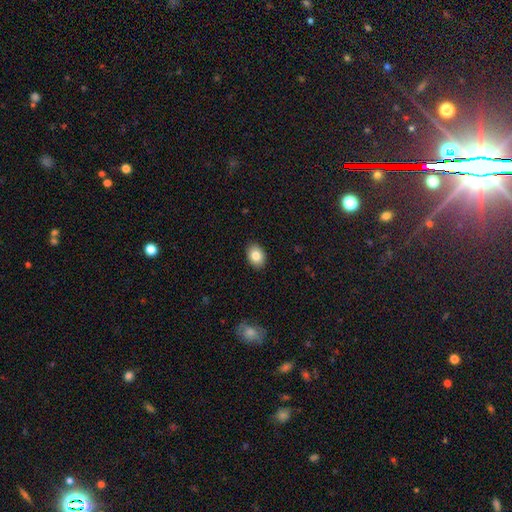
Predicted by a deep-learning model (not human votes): Overall: smooth (83%). How rounded: in between (70%). Merging: none (90%).